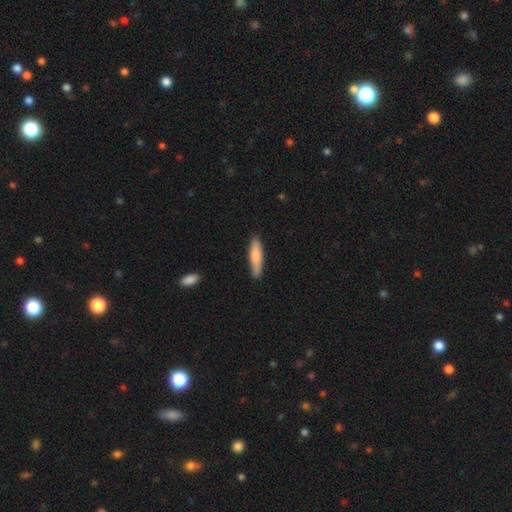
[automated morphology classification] A smooth galaxy with no disk features (79%) that is cigar-shaped (78%).

Vote fractions:
- Smooth or featured? smooth: 79% / featured or disk: 16% / star or artifact: 5%
- How rounded? cigar-shaped: 78% / in between: 21% / round: 1%
- Merging? none: 84% / minor disturbance: 12% / major disturbance: 2% / merger: 2%